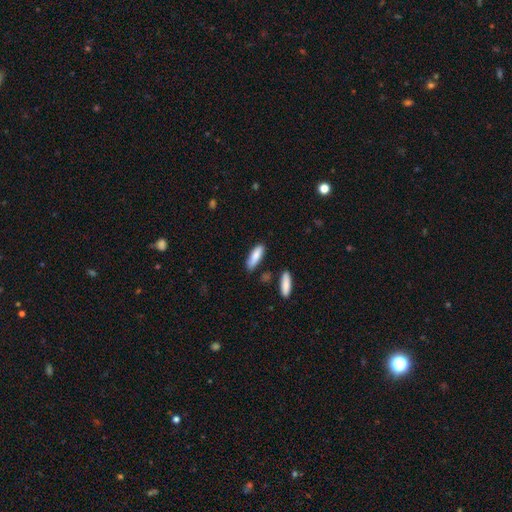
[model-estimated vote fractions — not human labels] smooth-or-featured: smooth: 85% | featured or disk: 9% | star or artifact: 6%
  how-rounded: cigar-shaped: 50% | in between: 48% | round: 2%
  merging: none: 78% | minor disturbance: 15% | merger: 4% | major disturbance: 3%